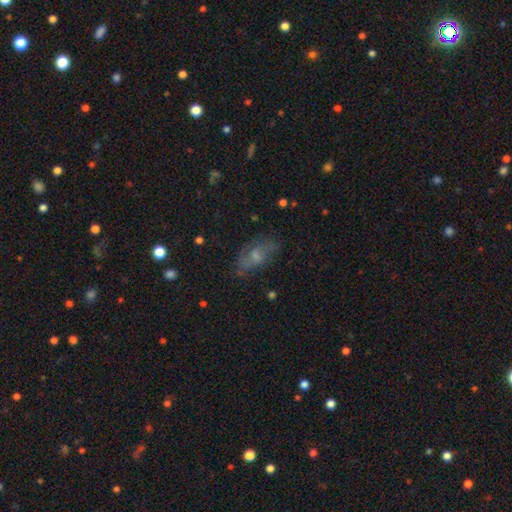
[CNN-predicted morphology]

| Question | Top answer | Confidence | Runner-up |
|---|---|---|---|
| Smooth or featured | smooth | 44% | featured or disk (42%) |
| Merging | none | 57% | minor disturbance (23%) |